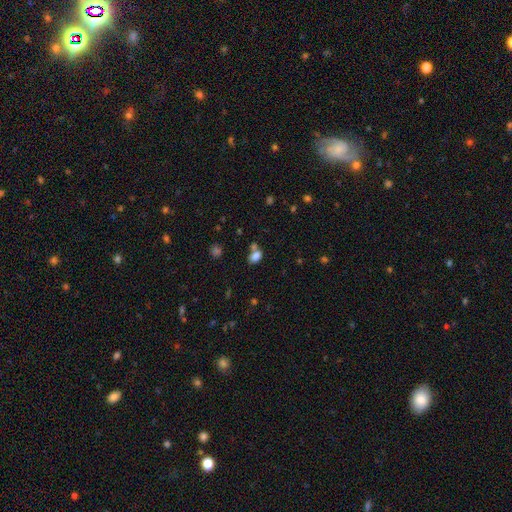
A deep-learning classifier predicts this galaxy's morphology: type=smooth (80%); roundness=in between (80%); merging=none (47%).